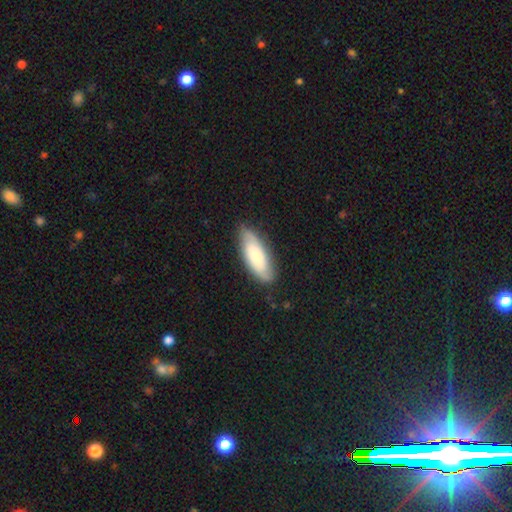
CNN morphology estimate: This is likely a smooth galaxy (65%). How rounded: likely in between (61%). Merging: clearly none (81%).